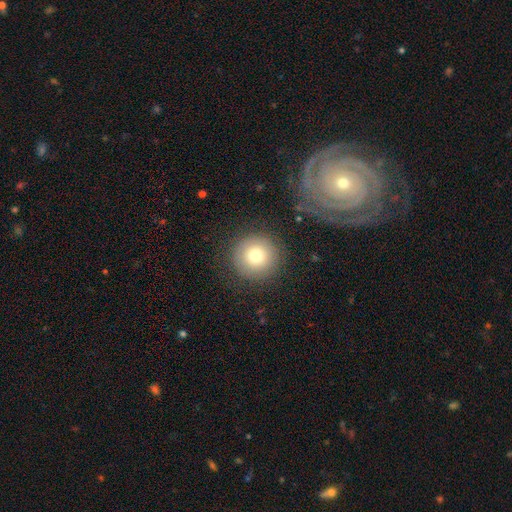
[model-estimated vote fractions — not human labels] smooth-or-featured: smooth: 74% | featured or disk: 14% | star or artifact: 12%
  how-rounded: round: 96% | in between: 3% | cigar-shaped: 1%
  merging: none: 88% | minor disturbance: 7% | major disturbance: 4% | merger: 1%